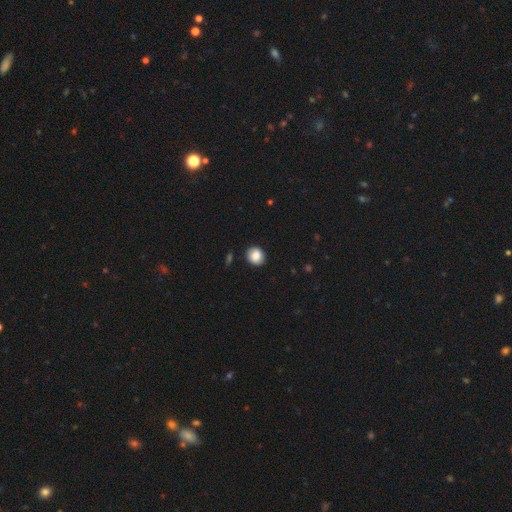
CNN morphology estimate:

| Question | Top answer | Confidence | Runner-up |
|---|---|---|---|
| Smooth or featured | smooth | 86% | star or artifact (8%) |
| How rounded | round | 76% | in between (23%) |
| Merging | none | 88% | minor disturbance (9%) |